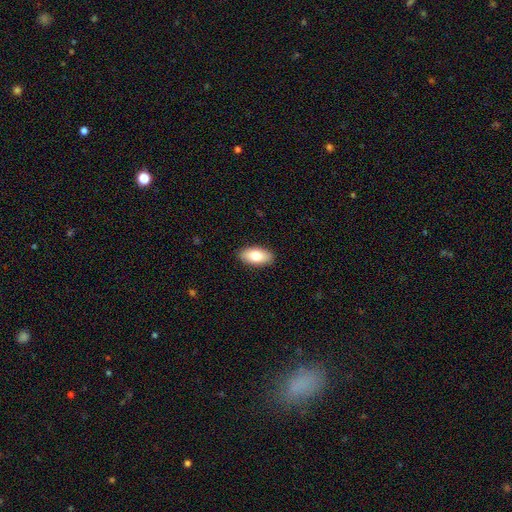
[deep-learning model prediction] Smooth or featured? Predicted: smooth (p=0.79). How rounded? Predicted: in between (p=0.92). Merging? Predicted: none (p=0.90).